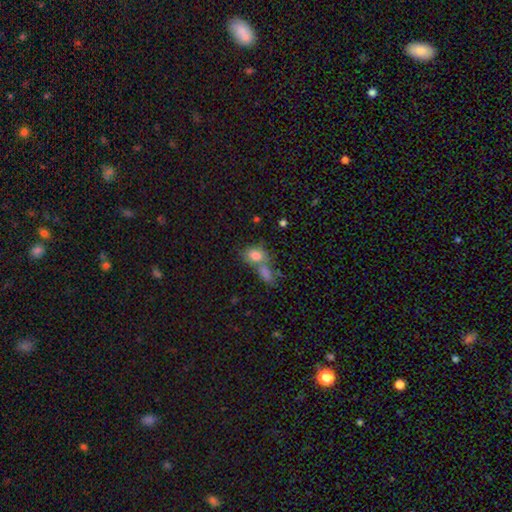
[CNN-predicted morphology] A smooth galaxy with no disk features (80%) that is in between round and cigar-shaped (66%). Merging: merger (47%).